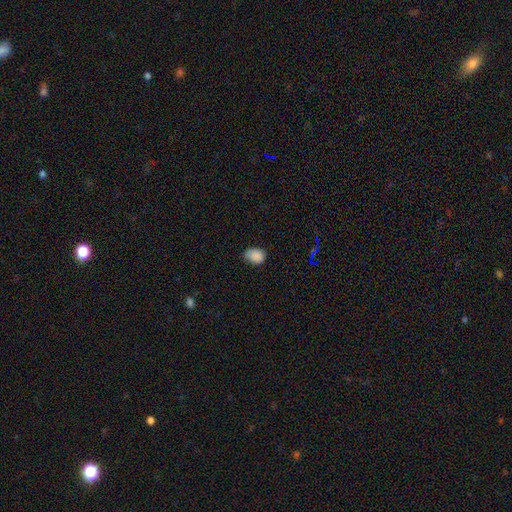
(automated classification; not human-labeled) Morphology: type=smooth (86%); roundness=in between (72%); merging=none (68%).